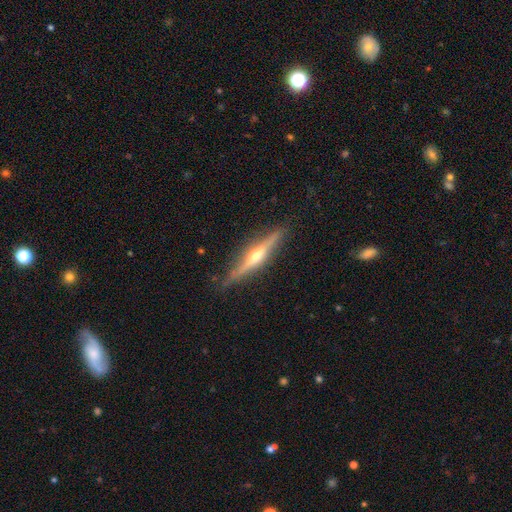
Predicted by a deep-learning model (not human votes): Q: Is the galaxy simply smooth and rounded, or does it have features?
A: featured or disk — 74%.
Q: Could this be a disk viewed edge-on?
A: yes — 97%.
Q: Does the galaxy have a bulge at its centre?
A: rounded — 88%.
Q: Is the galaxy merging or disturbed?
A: none — 86%.